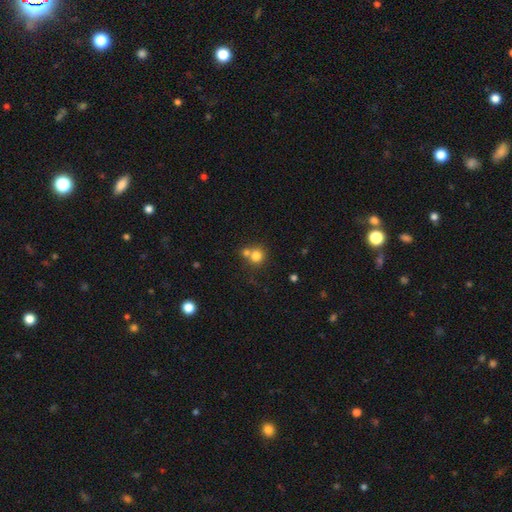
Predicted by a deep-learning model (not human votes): Smooth or featured? Predicted: smooth (p=0.78). How rounded? Predicted: round (p=0.88). Merging? Predicted: none (p=0.50).